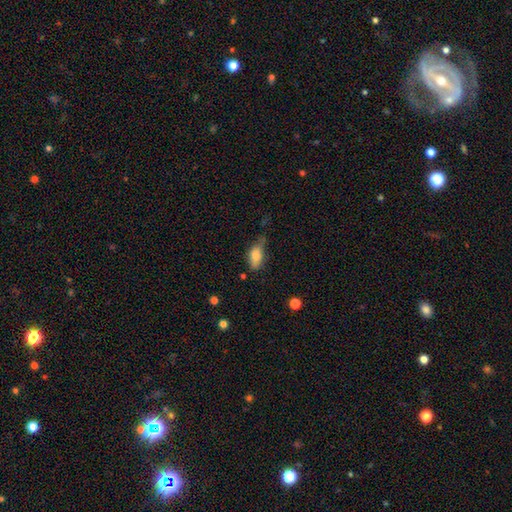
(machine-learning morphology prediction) Smooth or featured? Predicted: smooth (p=0.81). How rounded? Predicted: in between (p=0.86). Merging? Predicted: none (p=0.45).